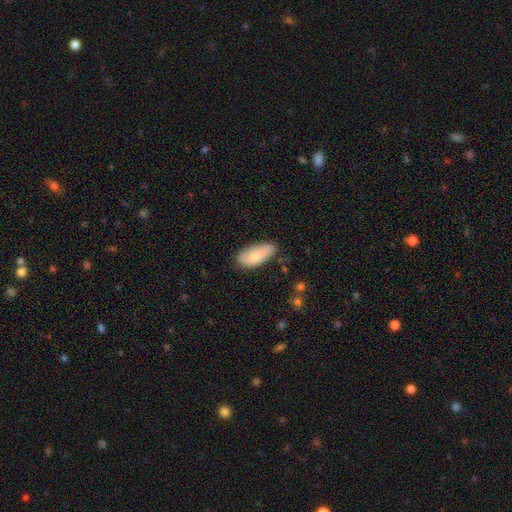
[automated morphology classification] Q: Smooth or featured?
A: smooth (79%); runner-up: featured or disk (15%)
Q: How rounded?
A: in between (90%); runner-up: cigar-shaped (8%)
Q: Merging?
A: none (64%); runner-up: minor disturbance (28%)